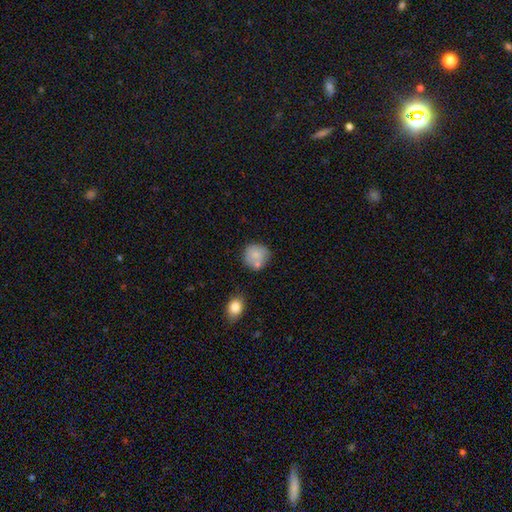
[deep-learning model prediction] Q: Smooth or featured?
A: smooth (77%); runner-up: featured or disk (16%)
Q: How rounded?
A: round (88%); runner-up: in between (11%)
Q: Merging?
A: none (61%); runner-up: merger (17%)